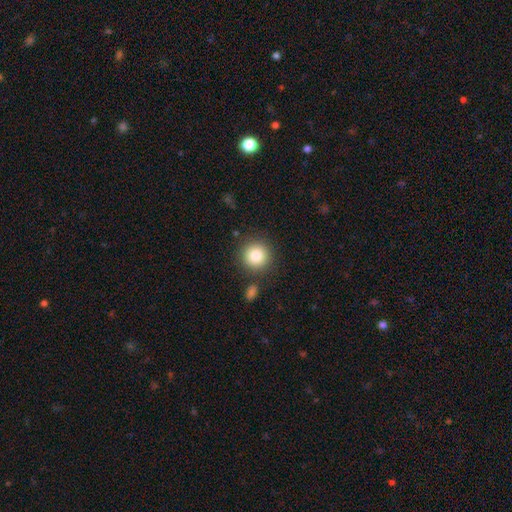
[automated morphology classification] A smooth galaxy with no disk features (83%) that is round (94%).

Vote fractions:
- Smooth or featured? smooth: 83% / star or artifact: 10% / featured or disk: 7%
- How rounded? round: 94% / in between: 5% / cigar-shaped: 1%
- Merging? none: 85% / minor disturbance: 8% / merger: 5% / major disturbance: 3%